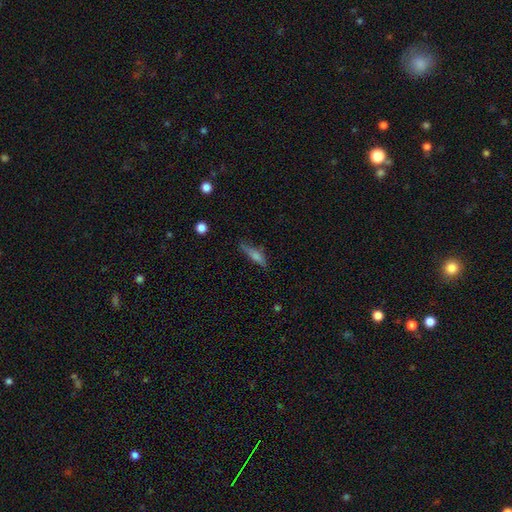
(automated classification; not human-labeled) Morphology: type=smooth (48%); merging=none (73%).